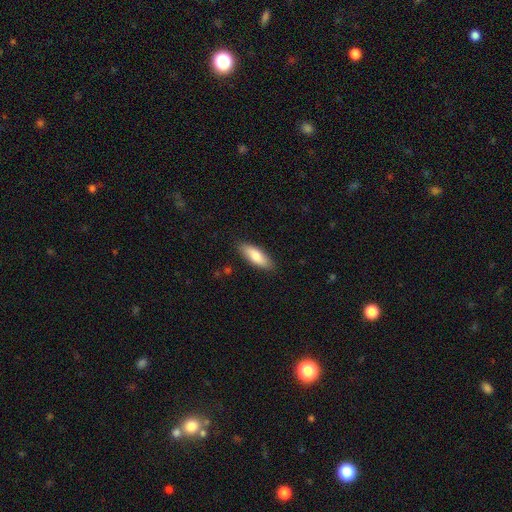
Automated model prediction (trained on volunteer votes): Smooth or featured: smooth — 81% (featured or disk — 13%)
How rounded: in between — 64% (cigar-shaped — 34%)
Merging: none — 87% (minor disturbance — 10%)